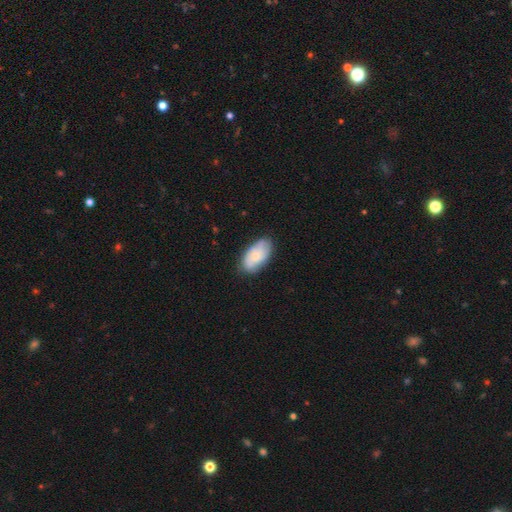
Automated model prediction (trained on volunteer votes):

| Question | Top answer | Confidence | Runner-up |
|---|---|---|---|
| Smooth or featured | smooth | 60% | featured or disk (34%) |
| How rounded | in between | 94% | round (4%) |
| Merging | none | 71% | minor disturbance (22%) |